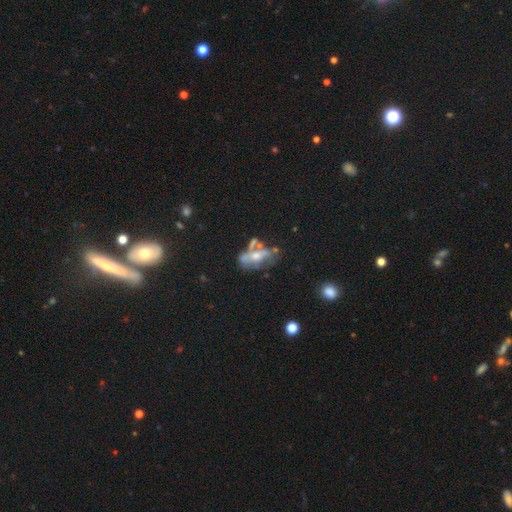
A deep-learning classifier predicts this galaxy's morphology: featured or disk 56%, smooth 33%, star or artifact 11%. Down the decision tree: edge-on disk — no (82%); merging — merger (31%).